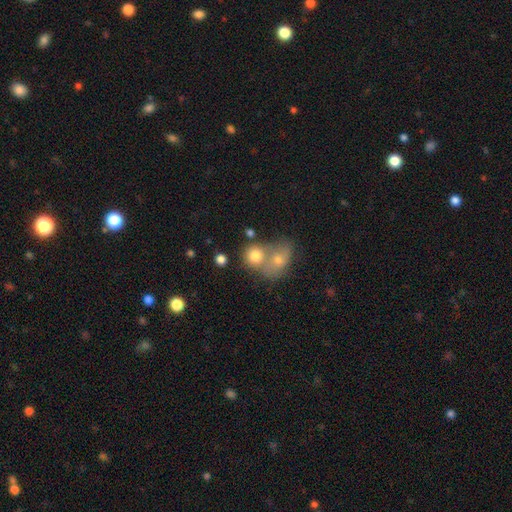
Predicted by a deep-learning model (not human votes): smooth 77%, featured or disk 13%, star or artifact 10%. Down the decision tree: how rounded — round (70%); merging — merger (56%).